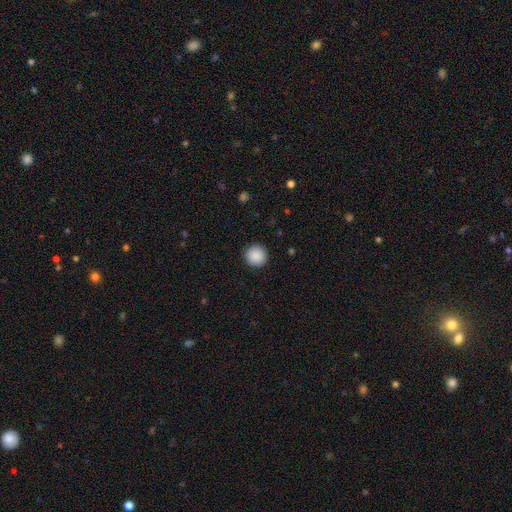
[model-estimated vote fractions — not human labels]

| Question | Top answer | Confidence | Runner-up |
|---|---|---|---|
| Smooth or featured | smooth | 89% | star or artifact (8%) |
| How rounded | round | 96% | in between (3%) |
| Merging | none | 92% | minor disturbance (5%) |